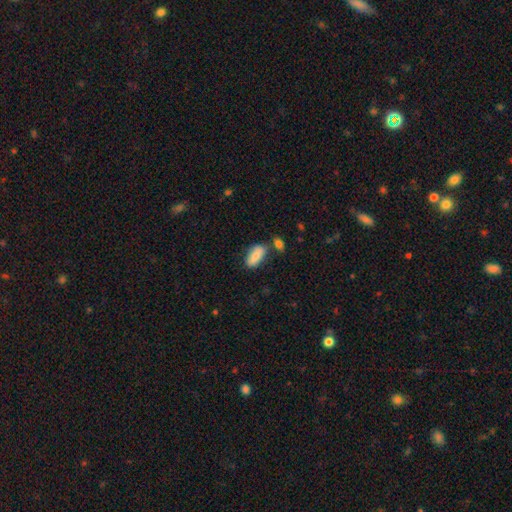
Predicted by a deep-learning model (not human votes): Overall: smooth (82%). How rounded: in between (85%). Merging: none (64%).